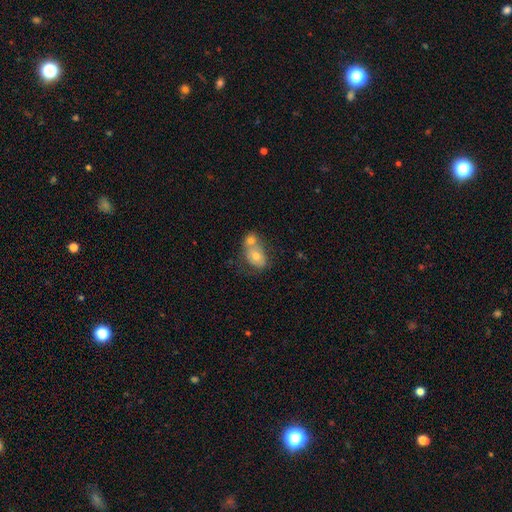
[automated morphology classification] This is possibly a smooth galaxy (60%). How rounded: likely in between (70%). Merging: likely merger (60%).